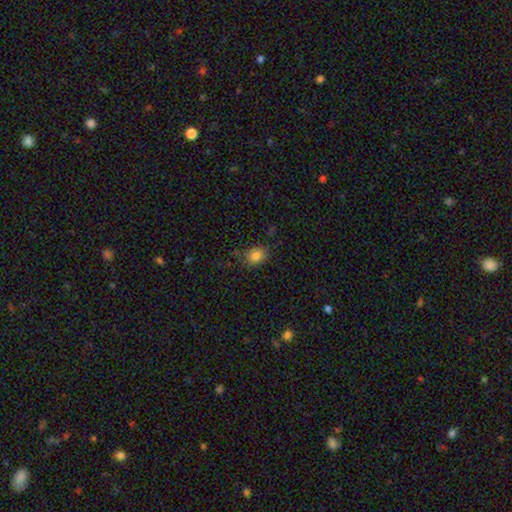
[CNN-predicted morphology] smooth_or_featured: smooth (p=0.83) [alt: star or artifact p=0.11]
how_rounded: in between (p=0.51) [alt: round p=0.48]
merging: none (p=0.79) [alt: minor disturbance p=0.16]